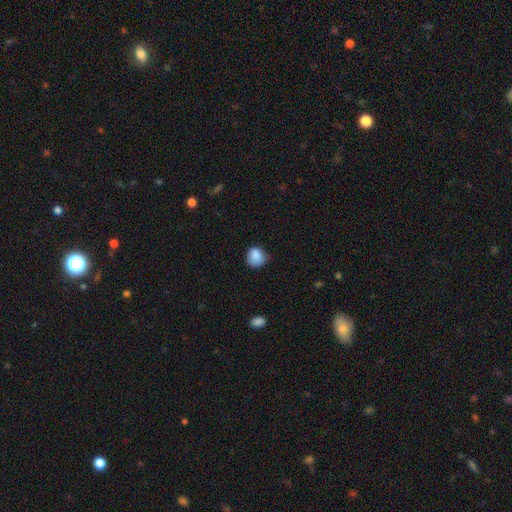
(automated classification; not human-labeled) A smooth galaxy with no disk features (86%) that is round (75%). Merging: none (58%).